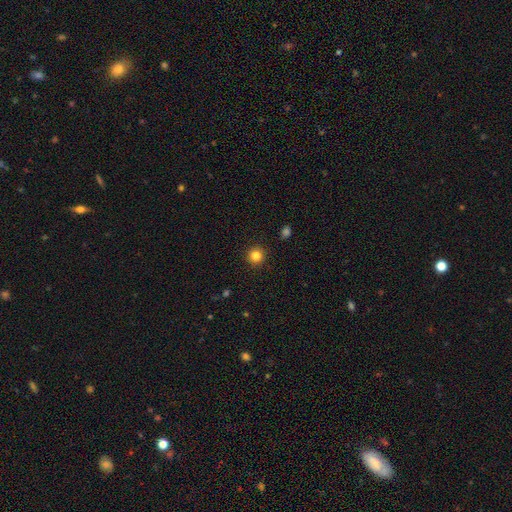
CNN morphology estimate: Overall: smooth (83%). How rounded: round (94%). Merging: none (92%).